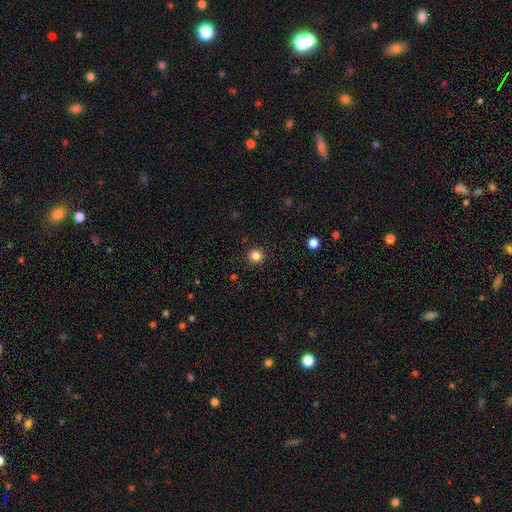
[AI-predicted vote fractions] This is clearly a smooth galaxy (84%). How rounded: clearly round (93%). Merging: clearly none (91%).